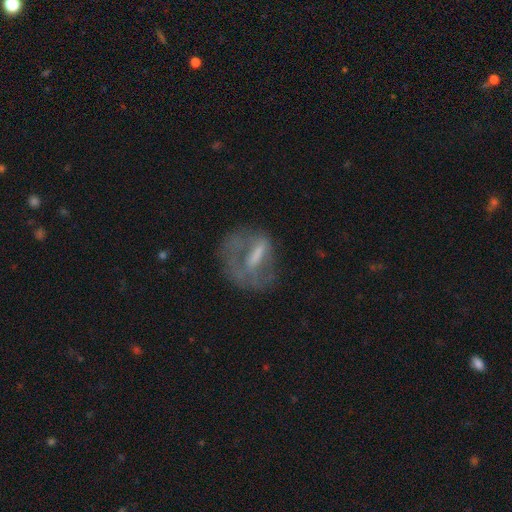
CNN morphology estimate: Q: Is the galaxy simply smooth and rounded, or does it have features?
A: featured or disk — 52%.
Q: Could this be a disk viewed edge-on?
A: no — 90%.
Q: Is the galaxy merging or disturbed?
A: none — 39%.